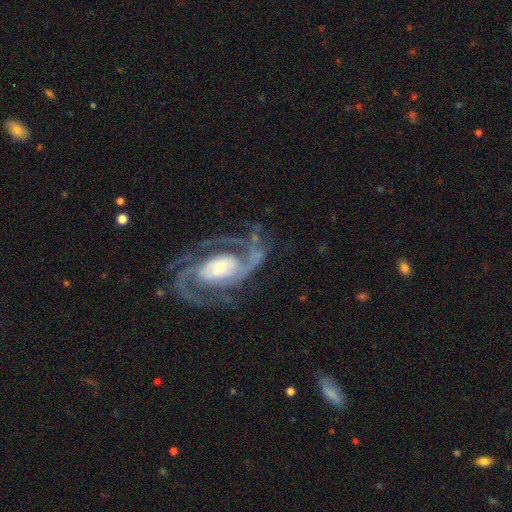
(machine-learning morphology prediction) The model was most divided on "bar": no: 39%, weak: 35%, strong: 26%. Remaining: spiral arms — yes (98%); edge-on disk — no (98%); smooth or featured — featured or disk (92%); spiral arm count — 2 (79%); merging — none (72%); spiral winding — medium (54%); bulge size — moderate (45%).